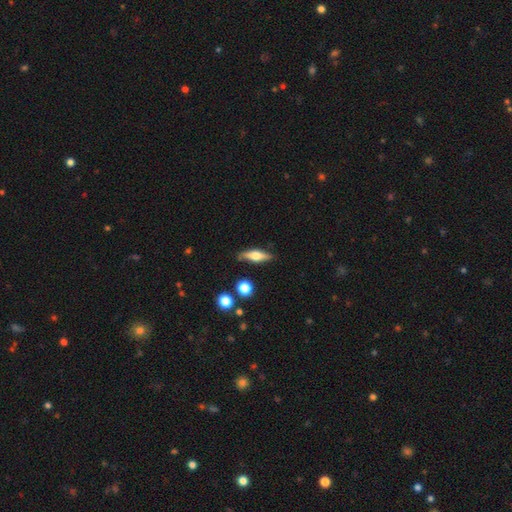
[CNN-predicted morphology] Smooth or featured? featured or disk (47%)
Merging? none (80%)